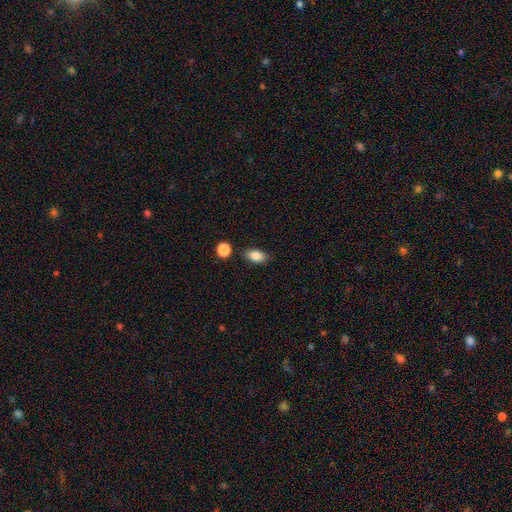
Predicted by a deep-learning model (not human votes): This is clearly a smooth galaxy (85%). How rounded: clearly in between (88%). Merging: clearly none (82%).